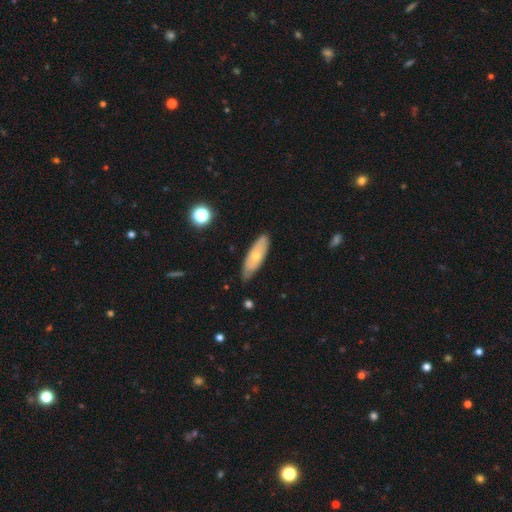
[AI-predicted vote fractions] A smooth galaxy with no disk features (53%) that is in between round and cigar-shaped (58%). Merging: none (78%).